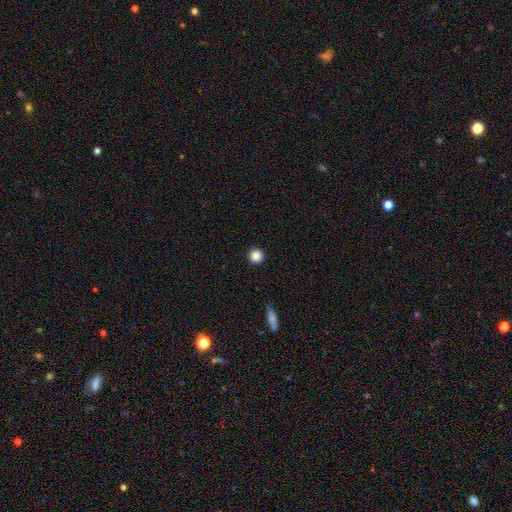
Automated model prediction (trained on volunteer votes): smooth_or_featured: smooth (p=0.86) [alt: star or artifact p=0.10]
how_rounded: round (p=0.96) [alt: in between p=0.03]
merging: none (p=0.93) [alt: minor disturbance p=0.04]